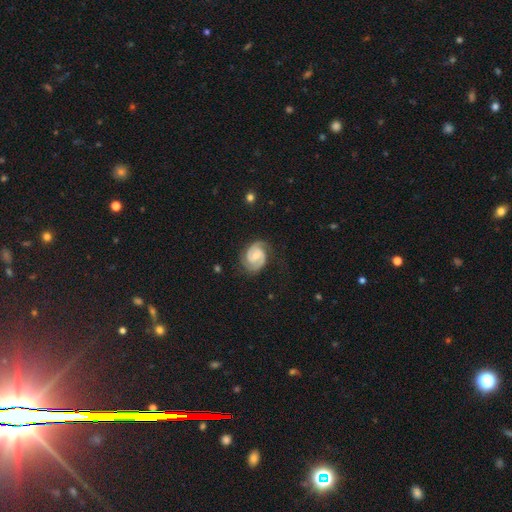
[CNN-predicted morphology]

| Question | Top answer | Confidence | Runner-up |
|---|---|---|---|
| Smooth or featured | featured or disk | 89% | smooth (6%) |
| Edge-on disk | no | 98% | yes (2%) |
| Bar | weak | 47% | no (40%) |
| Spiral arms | yes | 98% | no (2%) |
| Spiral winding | tight | 56% | medium (38%) |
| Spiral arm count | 2 | 91% | can't tell (3%) |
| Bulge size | moderate | 46% | tied: small (46%) |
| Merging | none | 77% | minor disturbance (16%) |